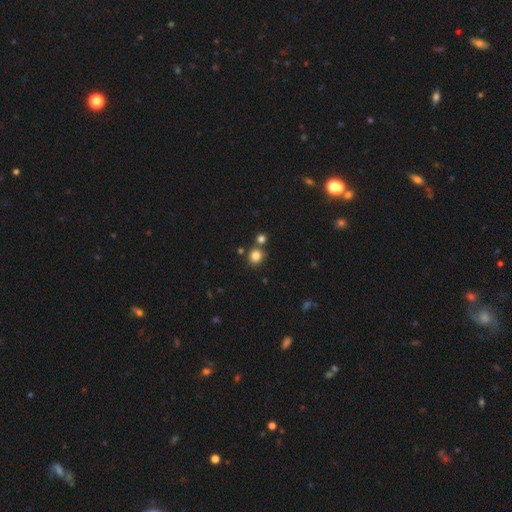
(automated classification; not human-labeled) Morphology: type=smooth (83%); roundness=round (85%); merging=none (73%).